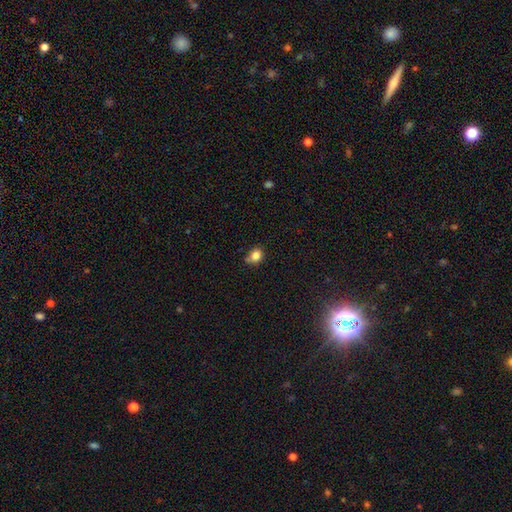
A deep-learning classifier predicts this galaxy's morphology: A smooth galaxy with no disk features (82%) that is round (64%).

Vote fractions:
- Smooth or featured? smooth: 82% / star or artifact: 11% / featured or disk: 6%
- How rounded? round: 64% / in between: 35% / cigar-shaped: 1%
- Merging? none: 63% / minor disturbance: 26% / merger: 6% / major disturbance: 5%